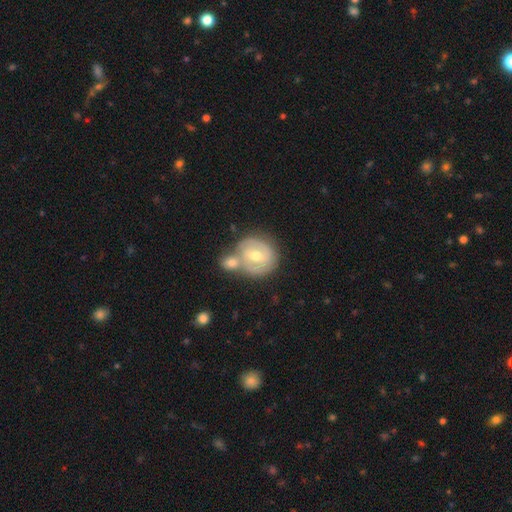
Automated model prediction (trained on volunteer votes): Morphology: type=featured or disk (55%); edge-on=no (96%); bar=weak (44%); spiral arms=yes (58%); bulge=moderate (73%); merging=none (44%).